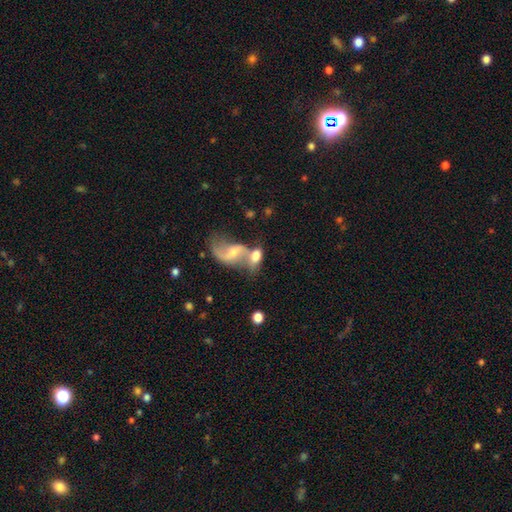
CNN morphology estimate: Smooth or featured? Predicted: smooth (p=0.46). Merging? Predicted: merger (p=0.57).